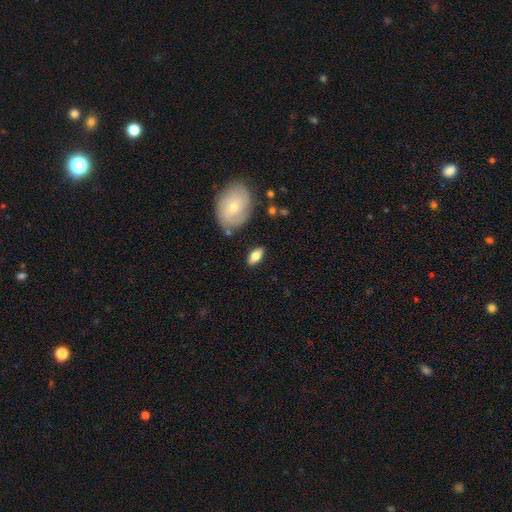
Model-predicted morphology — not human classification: Smooth or featured?
  - smooth: 70% *
  - featured or disk: 23%
  - star or artifact: 7%
How rounded?
  - in between: 85% *
  - cigar-shaped: 11%
  - round: 4%
Merging?
  - none: 82% *
  - minor disturbance: 12%
  - merger: 3%
  - major disturbance: 3%